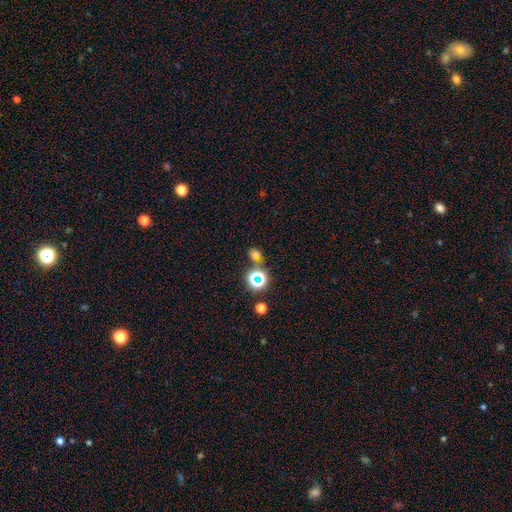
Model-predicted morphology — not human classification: Smooth or featured? smooth (54%)
How rounded? round (66%)
Merging? none (62%)